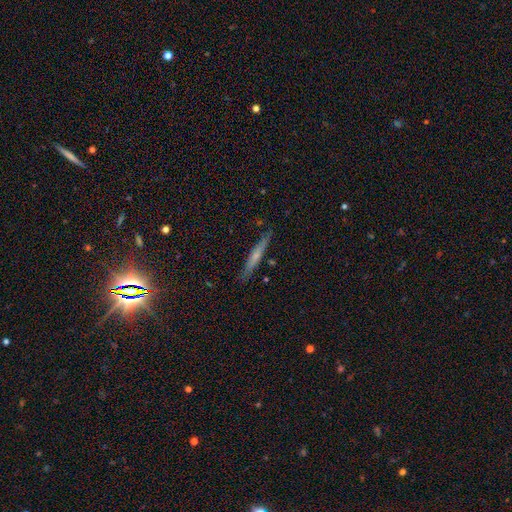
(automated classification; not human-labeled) Morphology: type=featured or disk (50%); merging=none (86%).